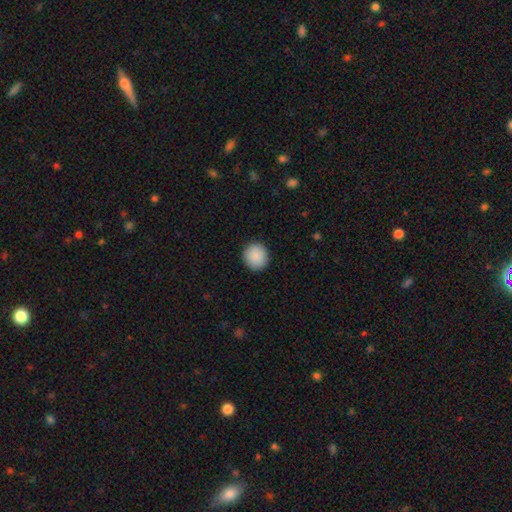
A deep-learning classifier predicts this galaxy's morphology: type=smooth (90%); roundness=round (92%); merging=none (92%).